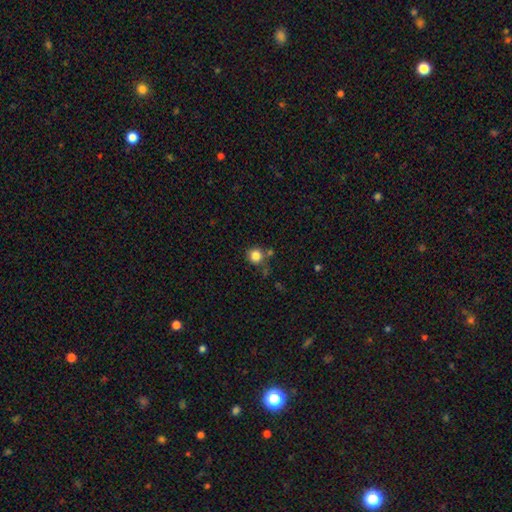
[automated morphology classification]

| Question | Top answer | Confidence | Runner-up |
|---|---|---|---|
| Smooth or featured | smooth | 84% | star or artifact (11%) |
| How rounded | round | 92% | in between (7%) |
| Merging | none | 73% | minor disturbance (12%) |